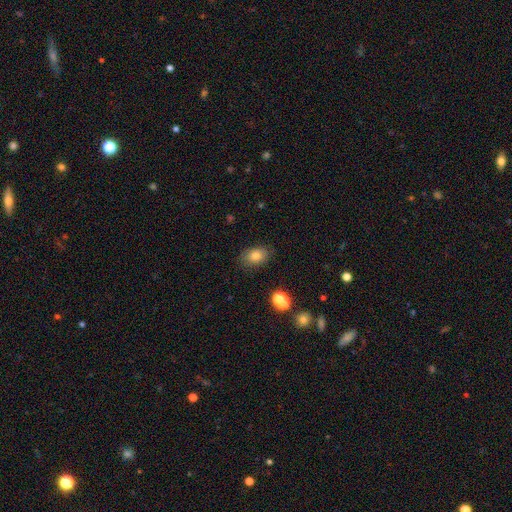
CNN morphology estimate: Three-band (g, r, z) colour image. It shows a smooth galaxy with no disk features (78%) that is in between round and cigar-shaped (80%). Merging: none (81%).